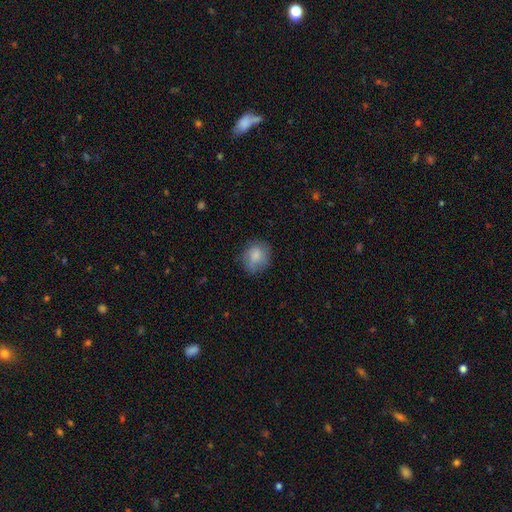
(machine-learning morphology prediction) Smooth or featured: smooth — 80% (featured or disk — 11%)
How rounded: round — 68% (in between — 31%)
Merging: none — 68% (minor disturbance — 23%)